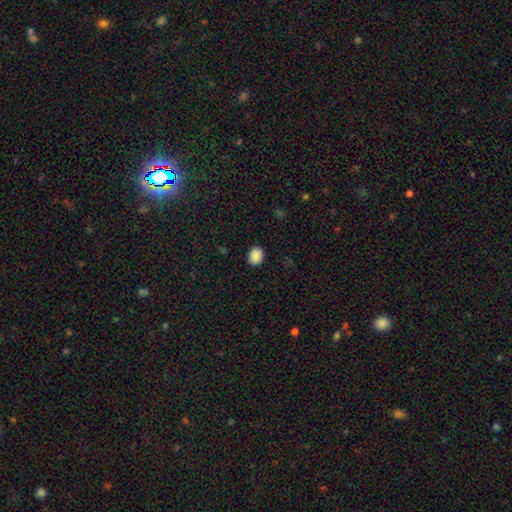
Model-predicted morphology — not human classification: A smooth galaxy with no disk features (89%) that is in between round and cigar-shaped (54%). Merging: none (89%).